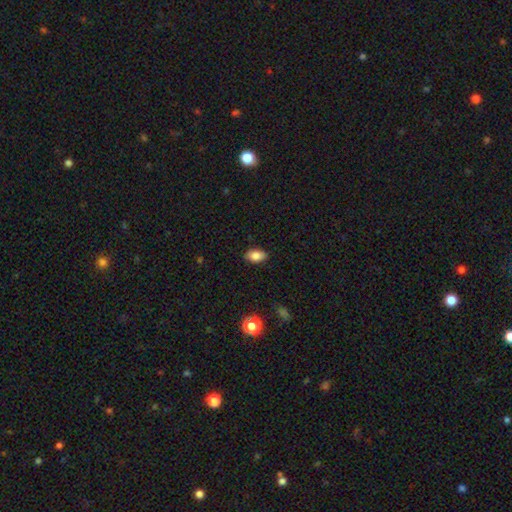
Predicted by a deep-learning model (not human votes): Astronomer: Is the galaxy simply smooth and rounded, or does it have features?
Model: smooth — 83%.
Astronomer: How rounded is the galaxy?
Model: in between — 90%.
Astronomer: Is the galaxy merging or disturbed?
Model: none — 86%.